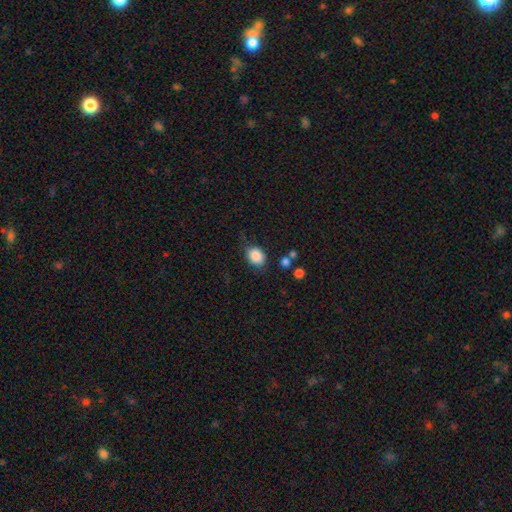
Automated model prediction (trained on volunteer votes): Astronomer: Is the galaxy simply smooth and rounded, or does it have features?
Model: smooth — 86%.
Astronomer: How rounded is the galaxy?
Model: in between — 57% (runner-up: round, 42%).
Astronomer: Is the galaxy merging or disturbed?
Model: none — 71%.